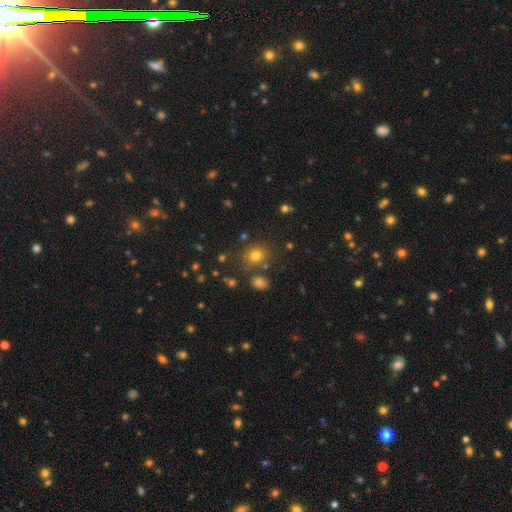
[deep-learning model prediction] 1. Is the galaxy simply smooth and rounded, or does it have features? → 74% smooth, 18% star or artifact, 8% featured or disk.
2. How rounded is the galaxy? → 71% round, 28% in between, 1% cigar-shaped.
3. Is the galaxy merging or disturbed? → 76% none, 12% minor disturbance, 8% merger, 5% major disturbance.